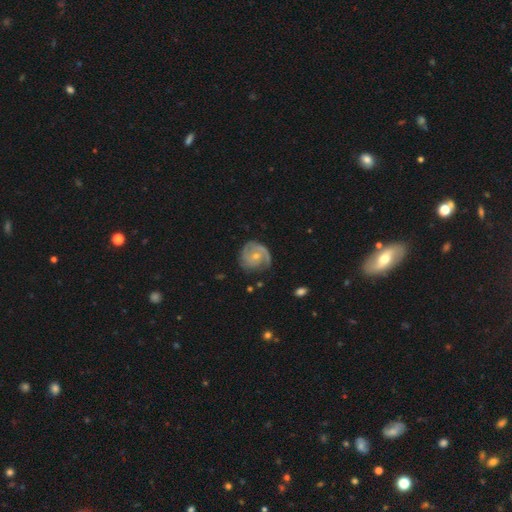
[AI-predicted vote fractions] Smooth or featured? featured or disk (80%)
Edge-on disk? no (98%)
Bar? no (67%)
Spiral arms? yes (94%)
Spiral winding? tight (55%)
Spiral arm count? 2 (48%)
Bulge size? small (59%)
Merging? none (68%)